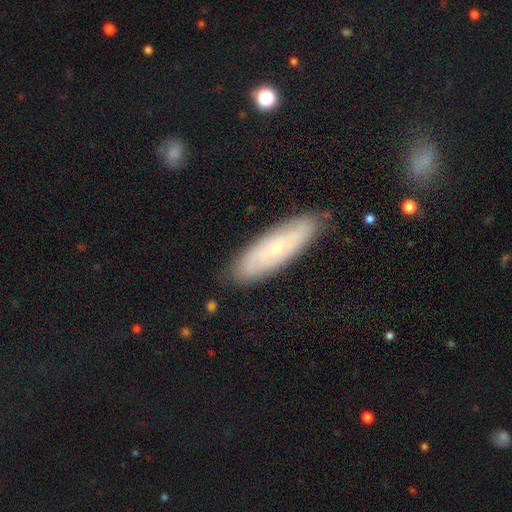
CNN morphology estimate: Smooth or featured? Predicted: featured or disk (p=0.53). Edge-on disk? Predicted: no (p=0.76). Merging? Predicted: none (p=0.83).